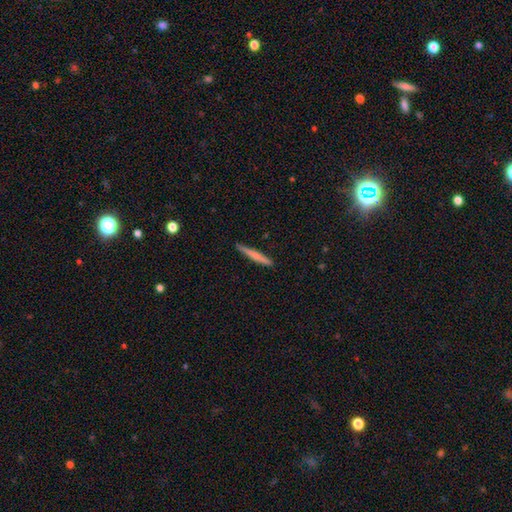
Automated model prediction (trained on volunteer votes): Morphology: type=smooth (58%); roundness=cigar-shaped (96%); merging=none (89%).